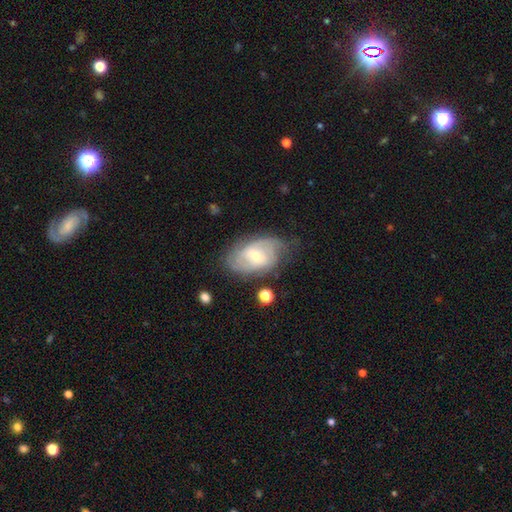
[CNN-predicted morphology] The model was most divided on "spiral arm count": 2: 40%, can't tell: 37%, 3: 12%, 4: 4%, 1: 3%, more than 4: 3%. Remaining: edge-on disk — no (95%); spiral arms — yes (87%); smooth or featured — featured or disk (73%); merging — none (67%); spiral winding — tight (50%); bulge size — small (50%); bar — weak (48%).